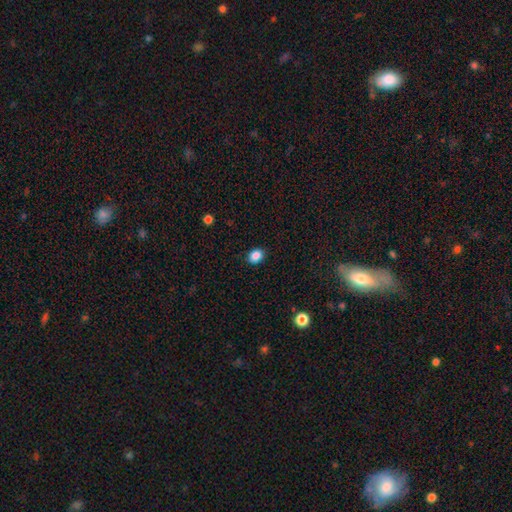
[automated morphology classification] Smooth or featured?
  - smooth: 86% *
  - star or artifact: 10%
  - featured or disk: 3%
How rounded?
  - in between: 55% *
  - round: 44%
  - cigar-shaped: 1%
Merging?
  - none: 89% *
  - minor disturbance: 8%
  - major disturbance: 2%
  - merger: 1%